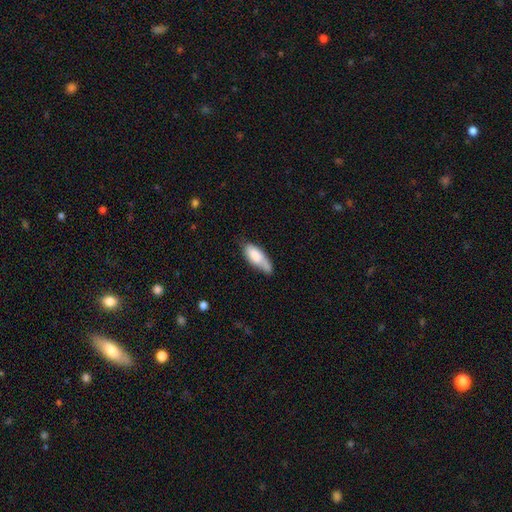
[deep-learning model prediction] Morphology: type=smooth (76%); roundness=in between (75%); merging=none (43%).